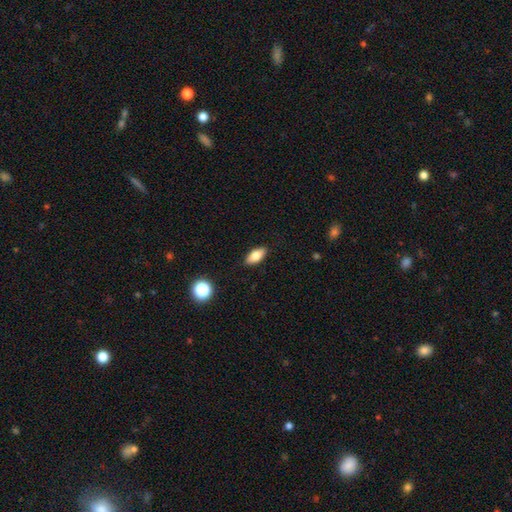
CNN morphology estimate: This appears to be a smooth galaxy with no disk features (79%) that is in between round and cigar-shaped (86%). Merging: none (88%).